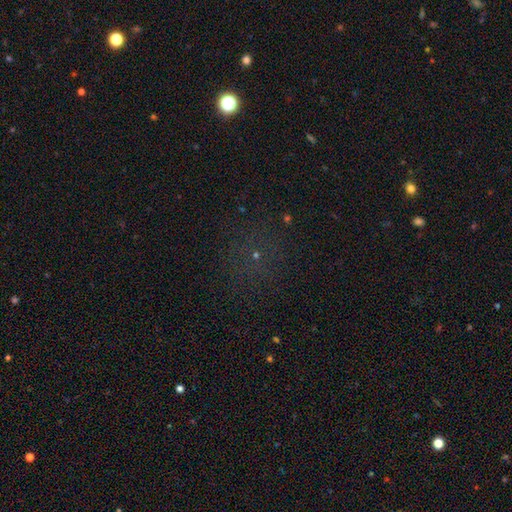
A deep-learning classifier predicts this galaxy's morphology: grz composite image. It shows a star or artifact, not a galaxy (51%).